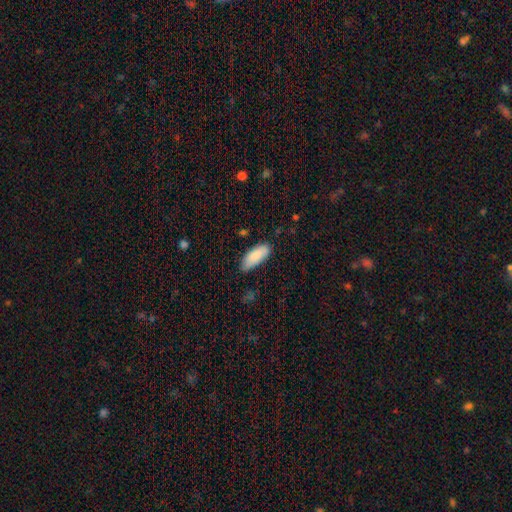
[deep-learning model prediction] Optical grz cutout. It shows a smooth galaxy with no disk features (87%) that is in between round and cigar-shaped (79%). Merging: none (75%).